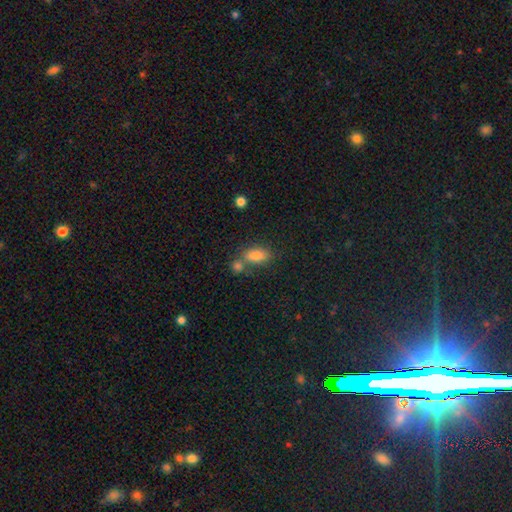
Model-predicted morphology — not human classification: Smooth or featured? Predicted: smooth (p=0.81). How rounded? Predicted: in between (p=0.83). Merging? Predicted: none (p=0.51).